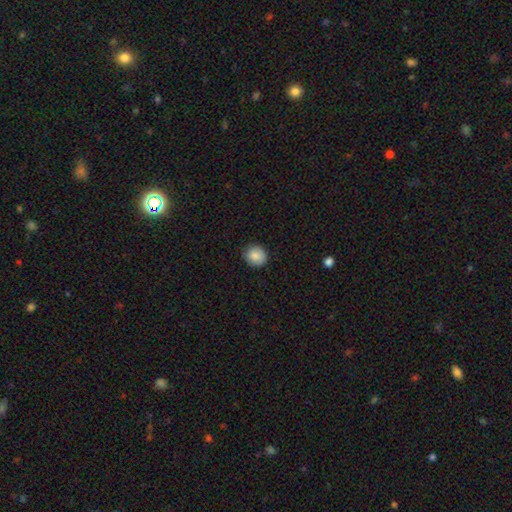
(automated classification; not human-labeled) Smooth or featured? smooth (87%)
How rounded? round (83%)
Merging? none (88%)